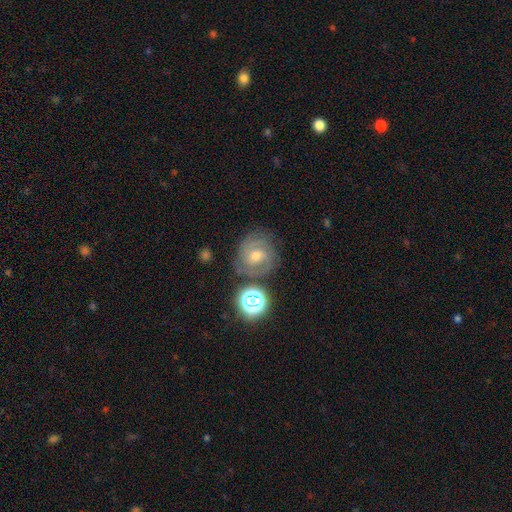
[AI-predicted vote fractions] A featured or disk galaxy (68%) with no bar (53%), 2 (41%) tight (62%) spiral arms (93%) and a moderate central bulge (57%).

Vote fractions:
- Smooth or featured? featured or disk: 68% / smooth: 17% / star or artifact: 15%
- Edge-on disk? no: 97% / yes: 3%
- Bar? no: 53% / weak: 38% / strong: 9%
- Spiral arms? yes: 93% / no: 7%
- Spiral winding? tight: 62% / medium: 31% / loose: 7%
- Spiral arm count? 2: 41% / can't tell: 24% / 3: 23% / 4: 5% / 1: 4% / more than 4: 3%
- Bulge size? moderate: 57% / small: 38% / large: 3% / none: 1% / dominant: 1%
- Merging? none: 74% / minor disturbance: 14% / merger: 6% / major disturbance: 6%